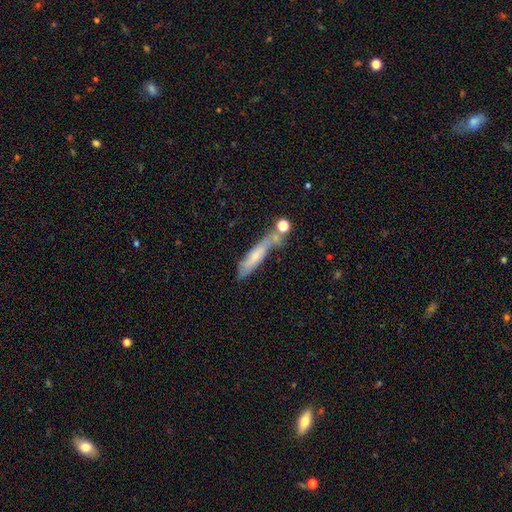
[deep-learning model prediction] smooth_or_featured: smooth (p=0.53) [alt: featured or disk p=0.38]
how_rounded: cigar-shaped (p=0.80) [alt: in between p=0.18]
merging: none (p=0.46) [alt: minor disturbance p=0.24]